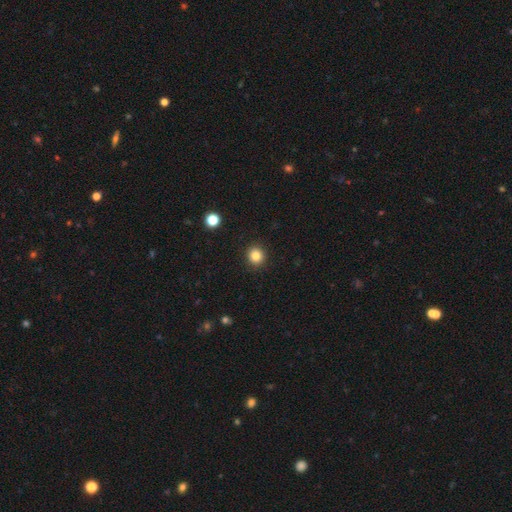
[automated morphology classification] type=smooth (84%); roundness=round (90%); merging=none (92%).